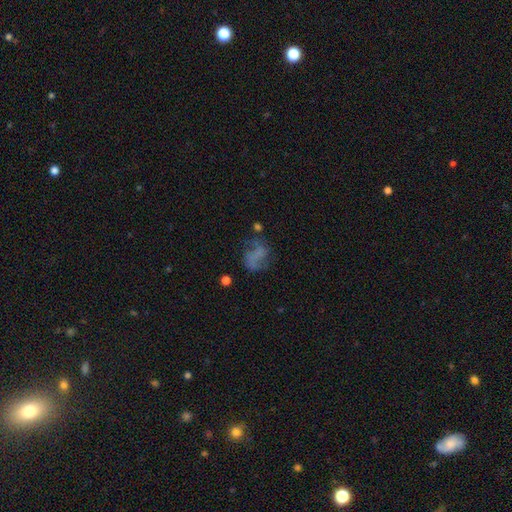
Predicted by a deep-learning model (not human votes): The model was most divided on "smooth or featured": featured or disk: 49%, smooth: 35%, star or artifact: 16%. Remaining: merging — none (48%).